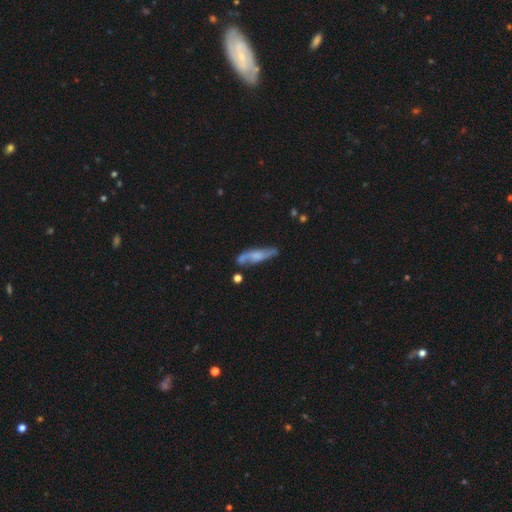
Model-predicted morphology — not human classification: Smooth or featured?
  - featured or disk: 59% *
  - smooth: 34%
  - star or artifact: 7%
Edge-on disk?
  - no: 55% *
  - yes: 45%
Merging?
  - none: 68% *
  - minor disturbance: 20%
  - merger: 7%
  - major disturbance: 6%